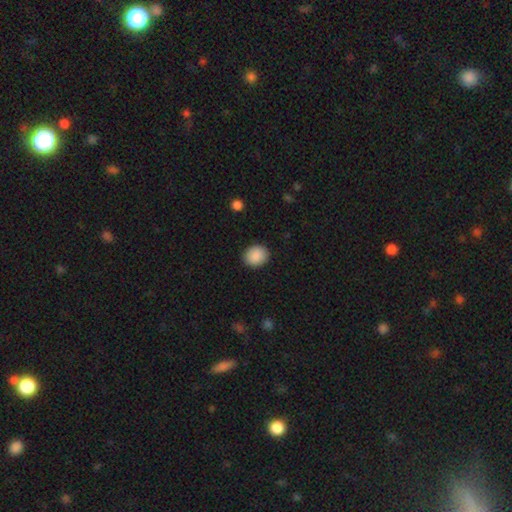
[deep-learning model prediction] The model was most divided on "how rounded": round: 65%, in between: 34%, cigar-shaped: 1%. More confident: merging — none (90%); smooth or featured — smooth (90%).